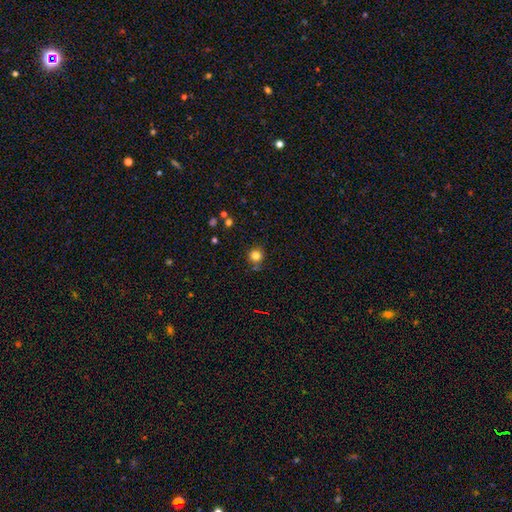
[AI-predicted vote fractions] Smooth or featured?
  - smooth: 82% *
  - star or artifact: 13%
  - featured or disk: 5%
How rounded?
  - round: 92% *
  - in between: 7%
  - cigar-shaped: 1%
Merging?
  - none: 80% *
  - minor disturbance: 12%
  - merger: 5%
  - major disturbance: 3%